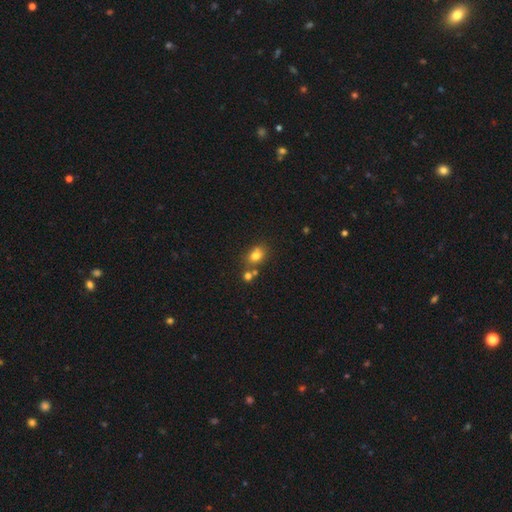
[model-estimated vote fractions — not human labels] Morphology: type=smooth (76%); roundness=round (53%); merging=none (60%).